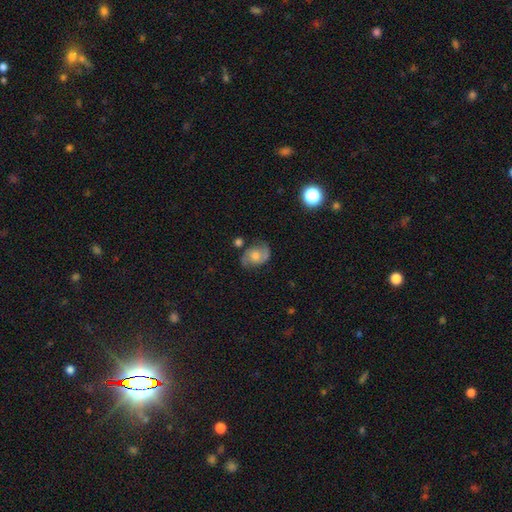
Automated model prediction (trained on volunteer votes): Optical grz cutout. It shows a featured or disk galaxy (70%) with no bar (69%), 2 (88%) medium (51%) spiral arms (91%) and a moderate central bulge (58%). Merging: none (74%).